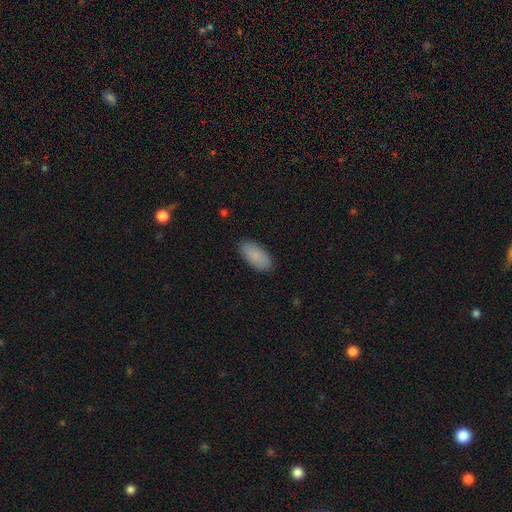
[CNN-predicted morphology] A smooth galaxy with no disk features (88%) that is in between round and cigar-shaped (92%).

Vote fractions:
- Smooth or featured? smooth: 88% / star or artifact: 6% / featured or disk: 6%
- How rounded? in between: 92% / cigar-shaped: 6% / round: 2%
- Merging? none: 87% / minor disturbance: 10% / major disturbance: 2% / merger: 1%